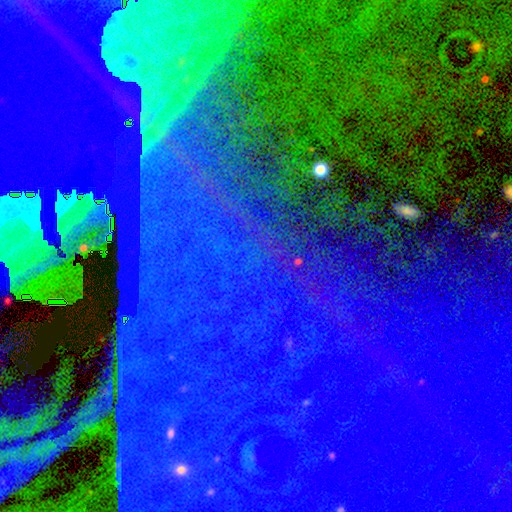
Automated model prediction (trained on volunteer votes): Q: Smooth or featured?
A: star or artifact (86%); runner-up: featured or disk (7%)